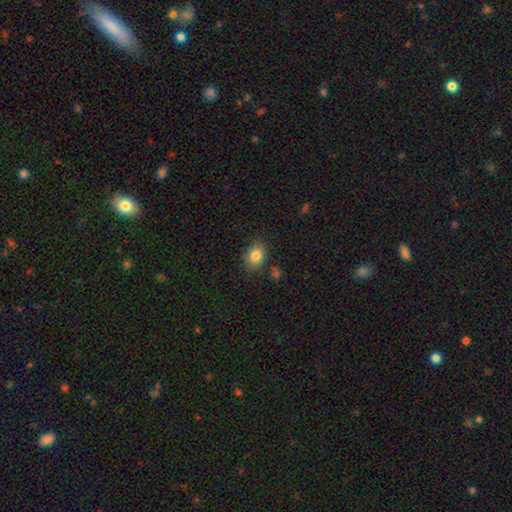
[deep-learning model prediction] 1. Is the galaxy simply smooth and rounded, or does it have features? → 83% smooth, 9% star or artifact, 7% featured or disk.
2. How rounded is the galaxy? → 62% in between, 37% round, 1% cigar-shaped.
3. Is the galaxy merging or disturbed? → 81% none, 12% minor disturbance, 3% merger, 3% major disturbance.